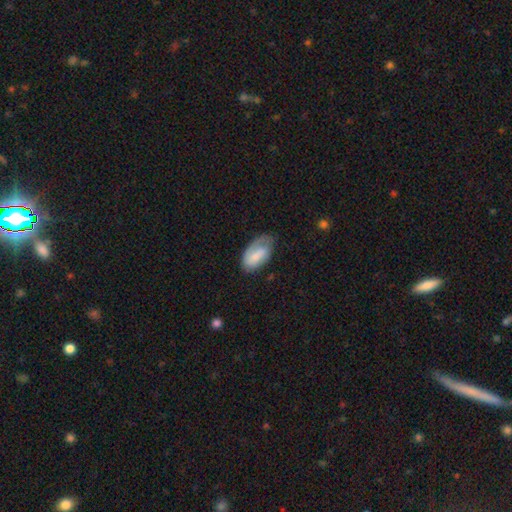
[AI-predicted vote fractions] Morphology: type=smooth (64%); roundness=in between (94%); merging=none (49%).